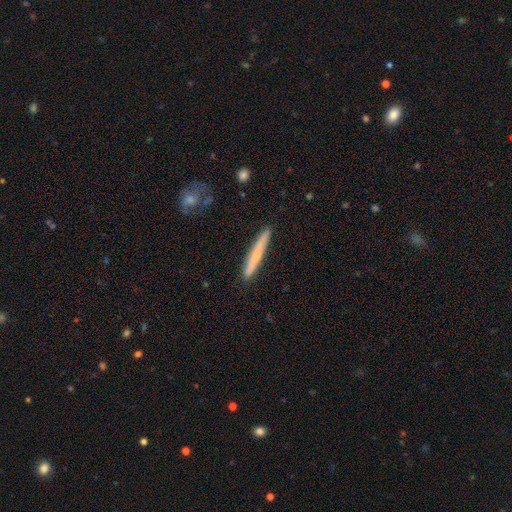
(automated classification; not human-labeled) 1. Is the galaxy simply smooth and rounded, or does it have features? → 57% smooth, 37% featured or disk, 6% star or artifact.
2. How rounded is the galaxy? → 96% cigar-shaped, 3% in between, 1% round.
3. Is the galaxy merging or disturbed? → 90% none, 8% minor disturbance, 1% major disturbance, 1% merger.